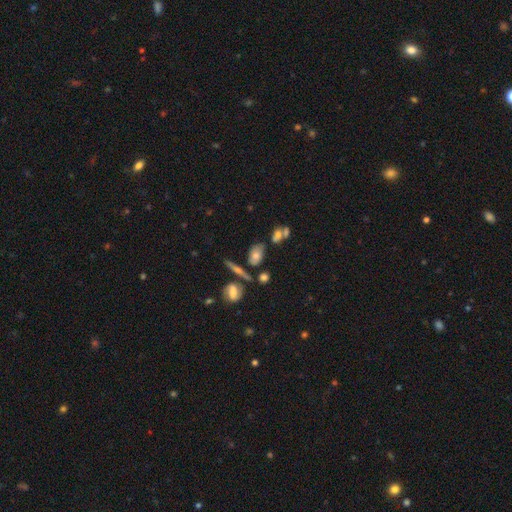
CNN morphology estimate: Overall: smooth (65%). How rounded: in between (83%). Merging: none (55%; minor disturbance 19%).